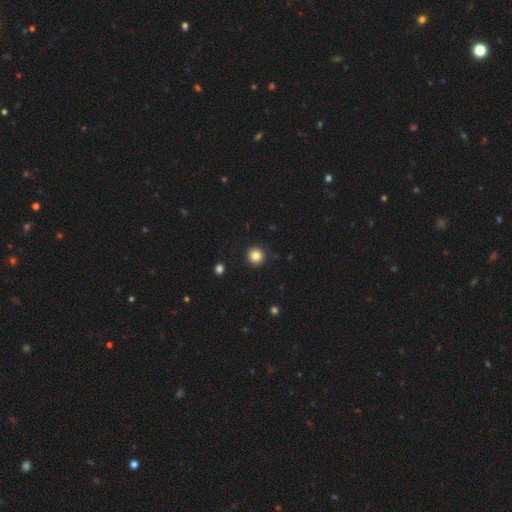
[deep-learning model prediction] This is clearly a smooth galaxy (84%). How rounded: clearly round (95%). Merging: clearly none (91%).